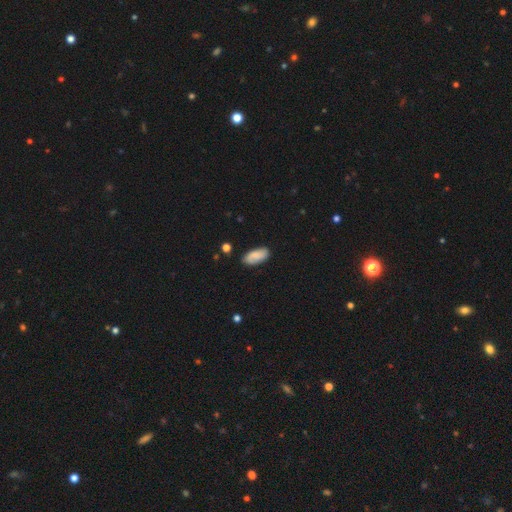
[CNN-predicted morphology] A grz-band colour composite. It shows a smooth galaxy with no disk features (76%) that is in between round and cigar-shaped (91%). Merging: none (83%).